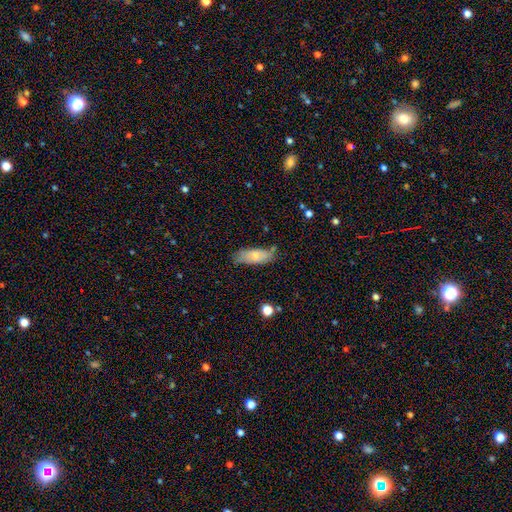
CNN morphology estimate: Smooth or featured?
  - smooth: 71% *
  - featured or disk: 23%
  - star or artifact: 7%
How rounded?
  - in between: 78% *
  - cigar-shaped: 20%
  - round: 2%
Merging?
  - none: 65% *
  - minor disturbance: 26%
  - major disturbance: 5%
  - merger: 4%